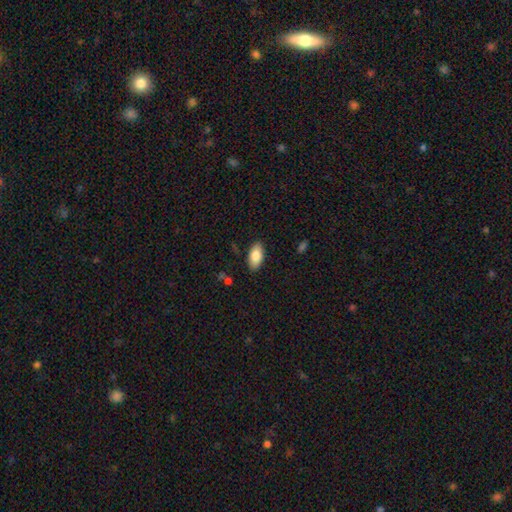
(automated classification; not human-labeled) A smooth galaxy with no disk features (82%) that is in between round and cigar-shaped (93%).

Vote fractions:
- Smooth or featured? smooth: 82% / featured or disk: 11% / star or artifact: 7%
- How rounded? in between: 93% / cigar-shaped: 4% / round: 3%
- Merging? none: 88% / minor disturbance: 9% / major disturbance: 2% / merger: 1%